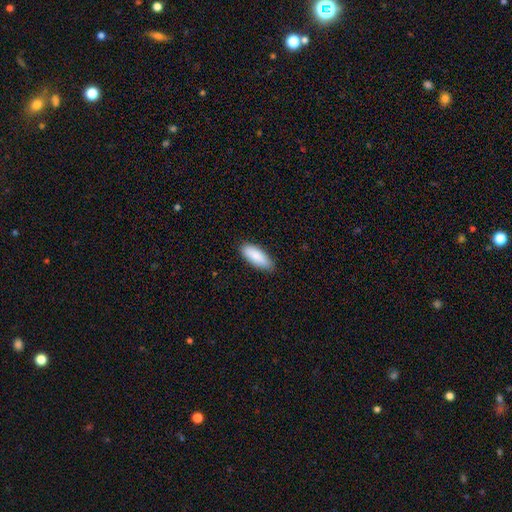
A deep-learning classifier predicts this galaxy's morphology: smooth-or-featured: smooth: 88% | featured or disk: 6% | star or artifact: 6%
  how-rounded: in between: 72% | cigar-shaped: 26% | round: 2%
  merging: none: 85% | minor disturbance: 12% | major disturbance: 2% | merger: 1%